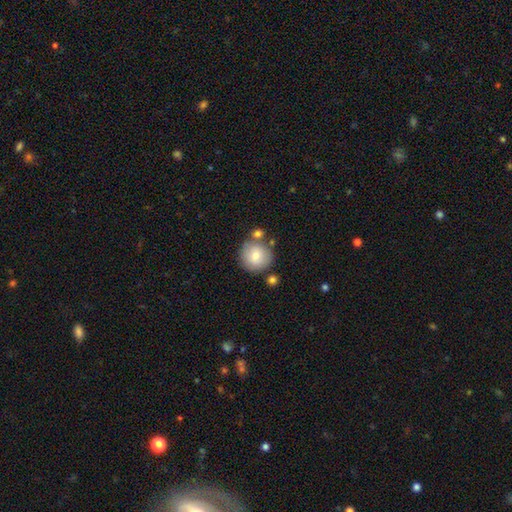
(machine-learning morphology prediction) Smooth or featured? smooth (79%)
How rounded? round (93%)
Merging? none (70%)